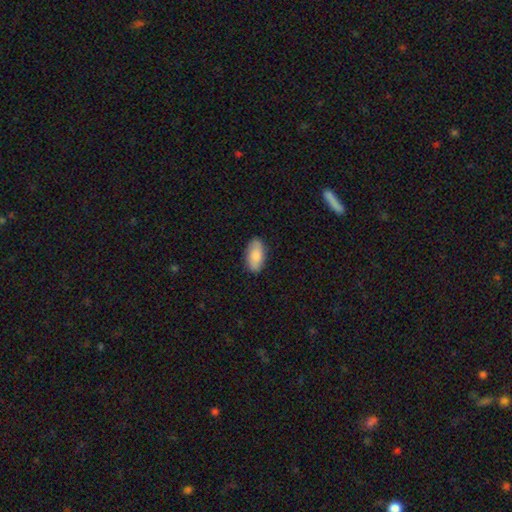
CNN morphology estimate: smooth_or_featured: smooth (p=0.82) [alt: featured or disk p=0.12]
how_rounded: in between (p=0.93) [alt: cigar-shaped p=0.04]
merging: none (p=0.86) [alt: minor disturbance p=0.10]